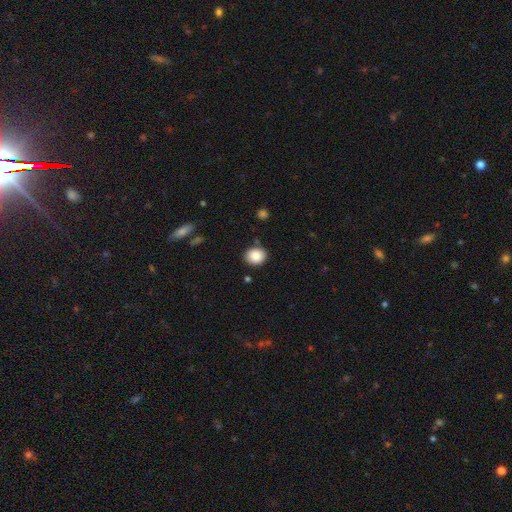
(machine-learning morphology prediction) Smooth or featured?
  - smooth: 87% *
  - star or artifact: 8%
  - featured or disk: 5%
How rounded?
  - round: 69% *
  - in between: 31%
  - cigar-shaped: 1%
Merging?
  - none: 84% *
  - minor disturbance: 11%
  - merger: 3%
  - major disturbance: 3%